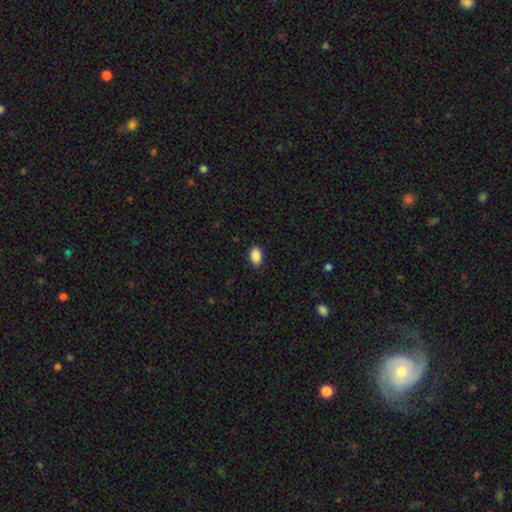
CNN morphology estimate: smooth_or_featured: smooth (p=0.89) [alt: star or artifact p=0.08]
how_rounded: in between (p=0.92) [alt: round p=0.06]
merging: none (p=0.87) [alt: minor disturbance p=0.10]